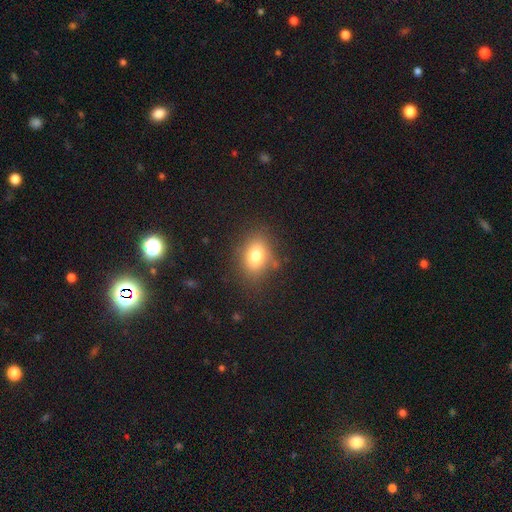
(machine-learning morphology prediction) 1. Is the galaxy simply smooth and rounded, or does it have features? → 78% smooth, 11% star or artifact, 11% featured or disk.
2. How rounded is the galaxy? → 70% in between, 29% round, 1% cigar-shaped.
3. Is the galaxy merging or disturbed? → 81% none, 12% minor disturbance, 5% major disturbance, 2% merger.